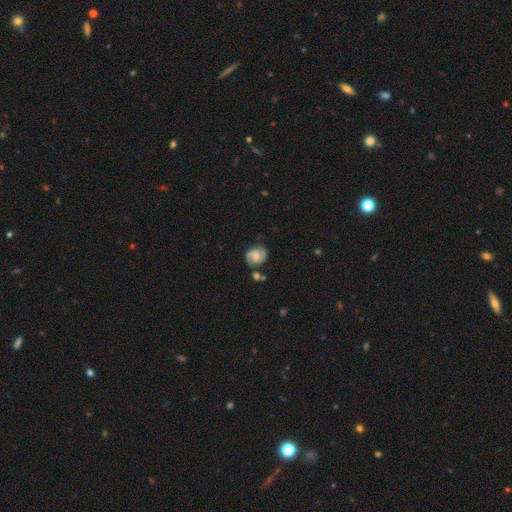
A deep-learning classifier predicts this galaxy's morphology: smooth_or_featured: featured or disk (p=0.64) [alt: smooth p=0.28]
disk_edge_on: no (p=0.98) [alt: yes p=0.02]
bar: no (p=0.54) [alt: weak p=0.38]
has_spiral_arms: yes (p=0.90) [alt: no p=0.10]
spiral_winding: medium (p=0.46) [alt: tight p=0.39]
spiral_arm_count: 2 (p=0.85) [alt: can't tell p=0.09]
bulge_size: moderate (p=0.48) [alt: small p=0.36]
merging: none (p=0.69) [alt: minor disturbance p=0.19]